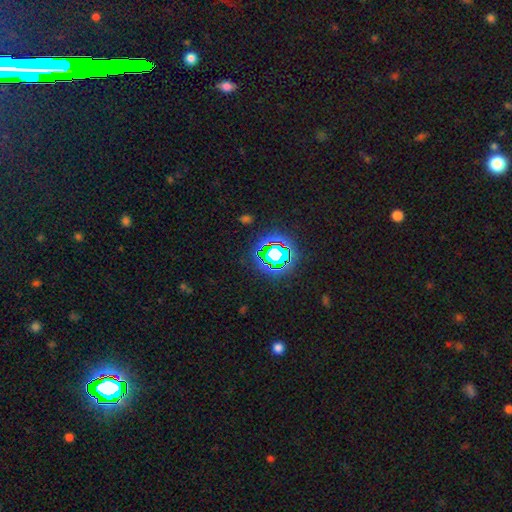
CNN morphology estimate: A star or artifact, not a galaxy (80%).